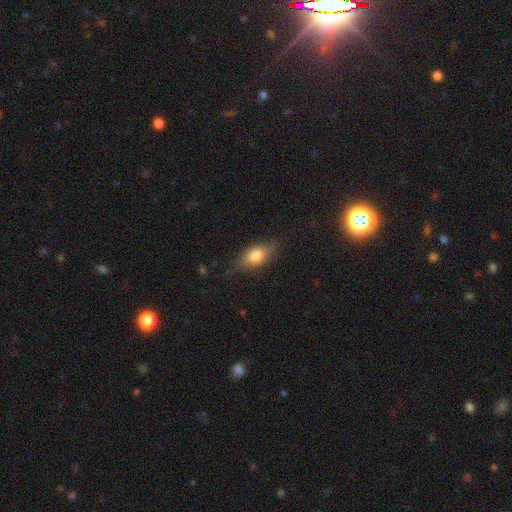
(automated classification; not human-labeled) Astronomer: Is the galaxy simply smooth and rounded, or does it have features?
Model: smooth — 72%.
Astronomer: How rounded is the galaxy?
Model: in between — 80%.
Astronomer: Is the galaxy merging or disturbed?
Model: none — 78%.